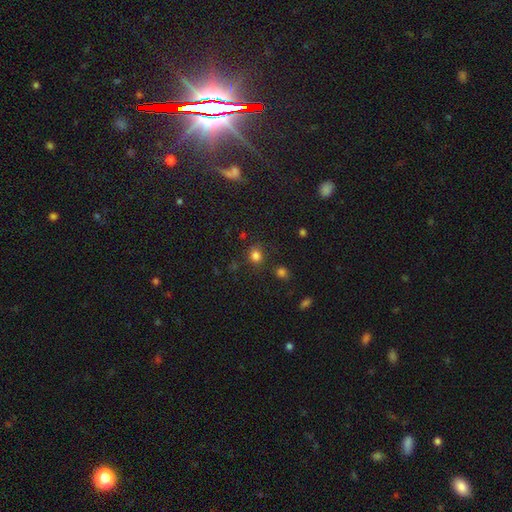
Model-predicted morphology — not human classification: type=smooth (79%); roundness=round (71%); merging=none (77%).